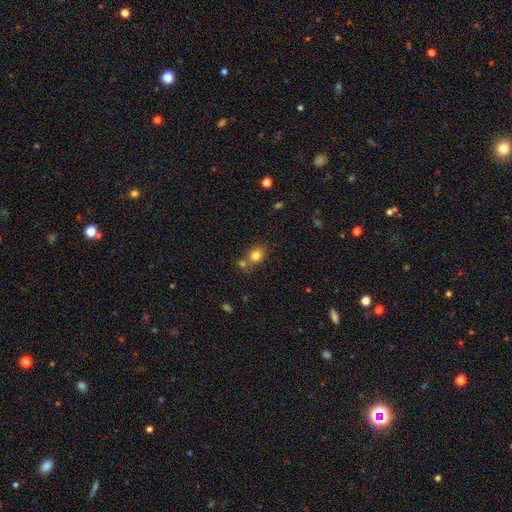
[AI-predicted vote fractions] Morphology: type=smooth (80%); roundness=round (52%); merging=none (59%).